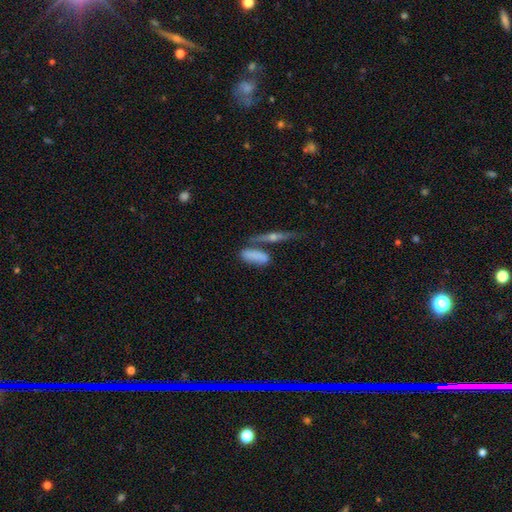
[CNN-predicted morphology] Q: Smooth or featured?
A: smooth (73%); runner-up: featured or disk (19%)
Q: How rounded?
A: in between (57%); runner-up: cigar-shaped (39%)
Q: Merging?
A: none (48%); runner-up: merger (27%)